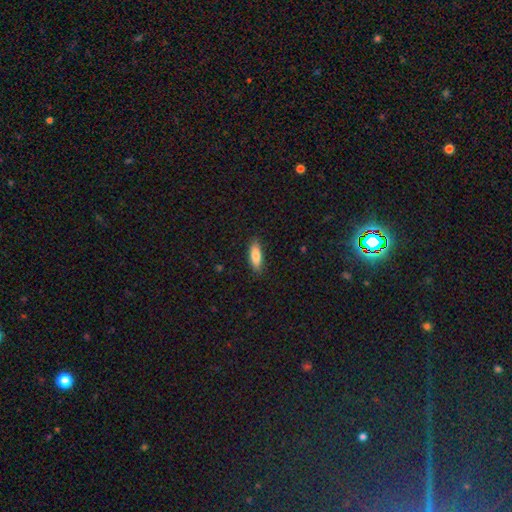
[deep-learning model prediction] smooth_or_featured: smooth (p=0.80) [alt: featured or disk p=0.14]
how_rounded: in between (p=0.61) [alt: cigar-shaped p=0.37]
merging: none (p=0.87) [alt: minor disturbance p=0.10]